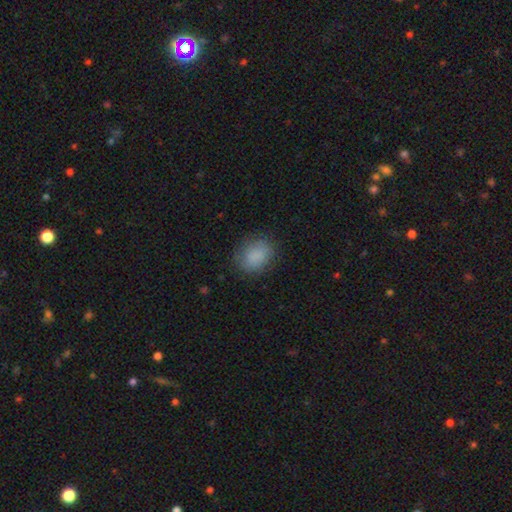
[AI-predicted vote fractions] Smooth or featured: smooth — 86% (star or artifact — 8%)
How rounded: in between — 60% (round — 39%)
Merging: none — 79% (minor disturbance — 15%)